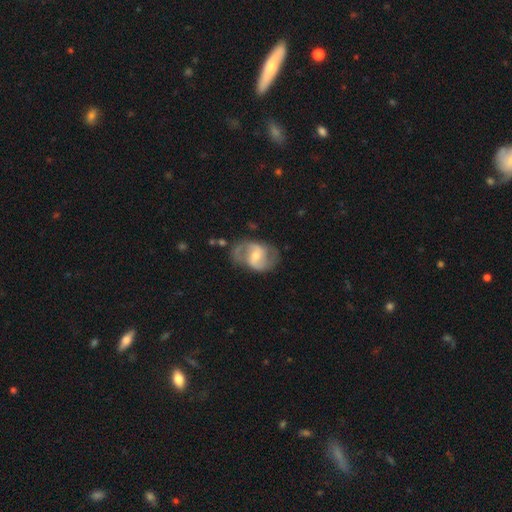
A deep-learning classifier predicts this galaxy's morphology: The model was most divided on "bulge size": moderate: 51%, small: 42%, large: 4%, none: 2%, dominant: 1%. Remaining: edge-on disk — no (97%); spiral arms — yes (90%); spiral arm count — 2 (87%); smooth or featured — featured or disk (79%); merging — none (66%); spiral winding — medium (50%); bar — weak (50%).